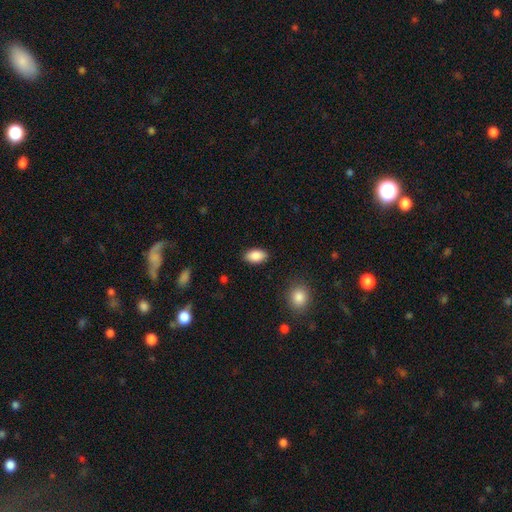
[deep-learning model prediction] This appears to be a smooth galaxy with no disk features (89%) that is in between round and cigar-shaped (92%). Merging: none (87%).